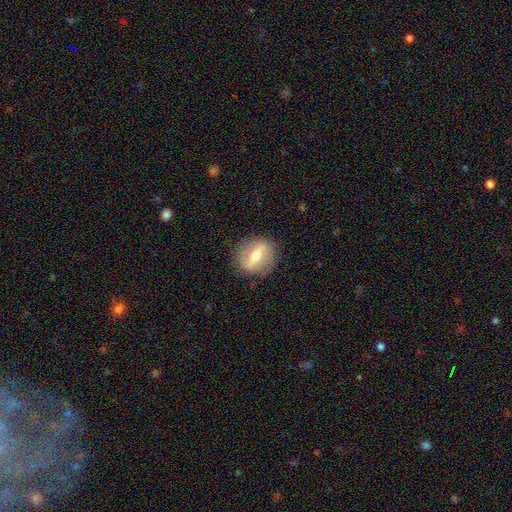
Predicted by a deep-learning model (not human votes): This is possibly a featured or disk galaxy (58%). It is likely not viewed edge-on (76%). Merging: clearly none (85%).